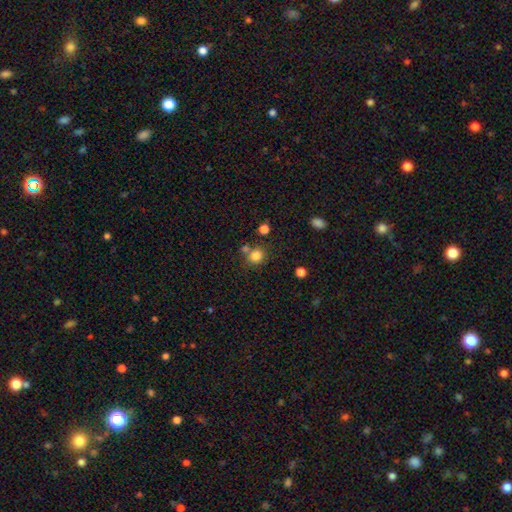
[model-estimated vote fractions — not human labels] This appears to be a smooth galaxy with no disk features (81%) that is round (84%). Merging: none (67%).